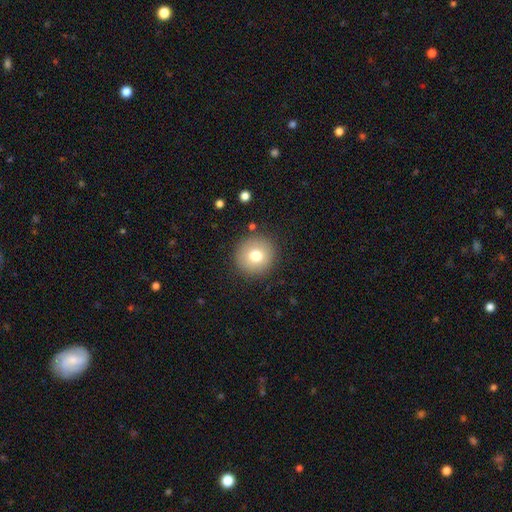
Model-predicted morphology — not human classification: Smooth or featured? smooth (75%)
How rounded? round (94%)
Merging? none (89%)